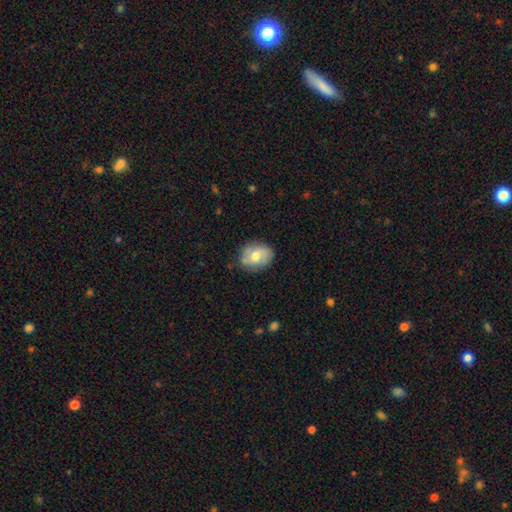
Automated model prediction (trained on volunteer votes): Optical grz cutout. It shows a smooth galaxy with no disk features (64%) that is in between round and cigar-shaped (54%). Merging: none (75%).